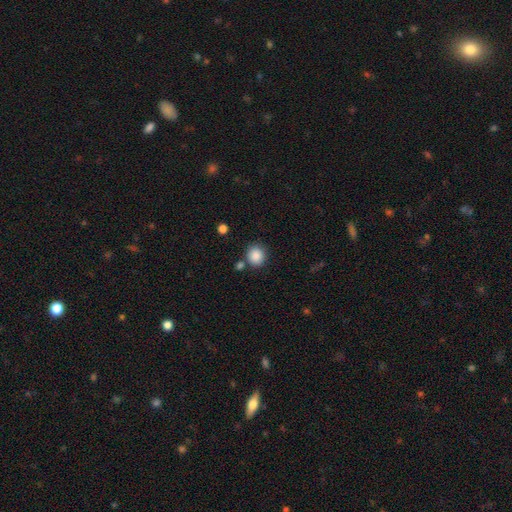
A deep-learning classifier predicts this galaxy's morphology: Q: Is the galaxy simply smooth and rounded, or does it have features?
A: smooth — 88%.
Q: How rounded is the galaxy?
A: round — 85%.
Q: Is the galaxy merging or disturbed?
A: none — 78%.